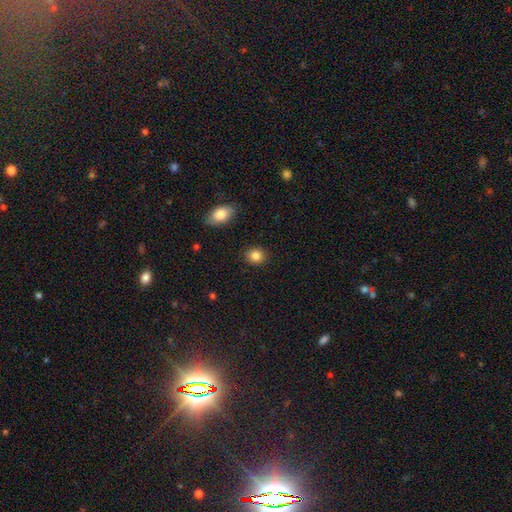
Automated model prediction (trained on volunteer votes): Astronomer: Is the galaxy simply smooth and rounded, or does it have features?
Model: smooth — 86%.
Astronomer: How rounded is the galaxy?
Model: round — 78%.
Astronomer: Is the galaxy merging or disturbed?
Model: none — 90%.